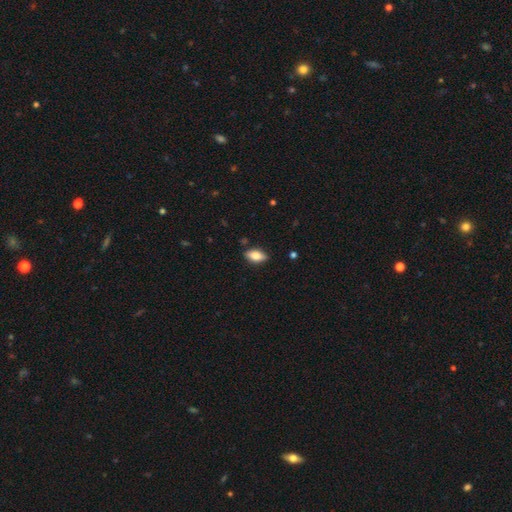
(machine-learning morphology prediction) Smooth or featured?
  - smooth: 73% *
  - featured or disk: 20%
  - star or artifact: 7%
How rounded?
  - in between: 87% *
  - cigar-shaped: 9%
  - round: 4%
Merging?
  - none: 85% *
  - minor disturbance: 11%
  - major disturbance: 2%
  - merger: 1%